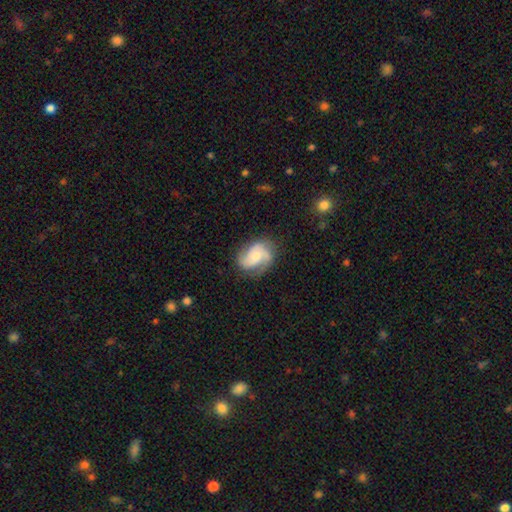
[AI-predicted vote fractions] This appears to be a featured or disk galaxy (75%) with no bar (66%), 2 (55%) medium (49%) spiral arms (95%) and a moderate central bulge (46%). Merging: none (66%).